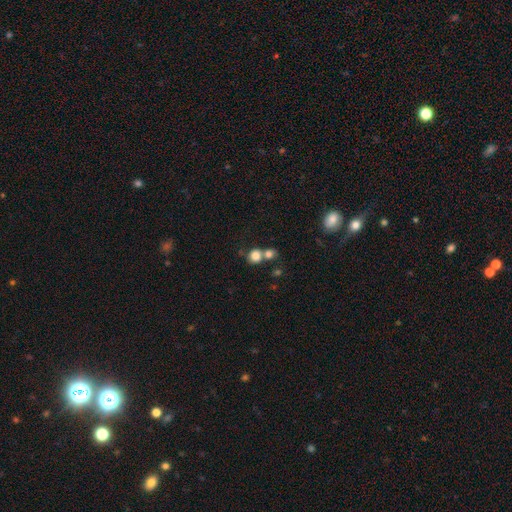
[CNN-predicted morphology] Overall: smooth (81%). How rounded: round (81%). Merging: merger (45%; none 42%).